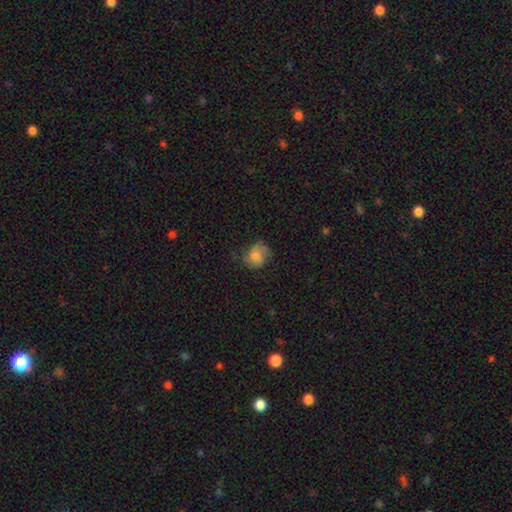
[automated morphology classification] Smooth or featured? Predicted: smooth (p=0.61). How rounded? Predicted: round (p=0.66). Merging? Predicted: none (p=0.57).